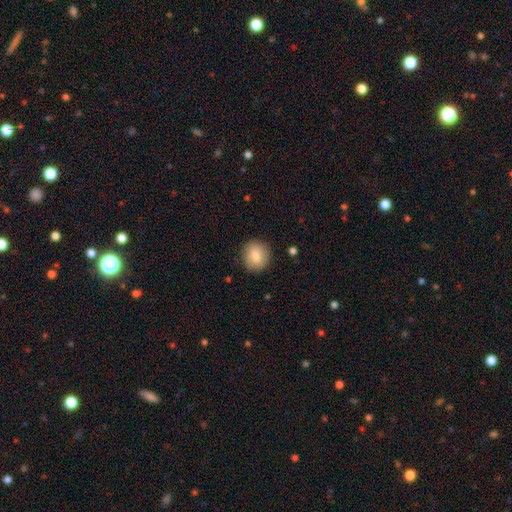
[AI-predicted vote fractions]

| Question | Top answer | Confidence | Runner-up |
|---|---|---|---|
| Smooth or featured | smooth | 83% | featured or disk (10%) |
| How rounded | round | 85% | in between (14%) |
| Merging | none | 88% | minor disturbance (9%) |